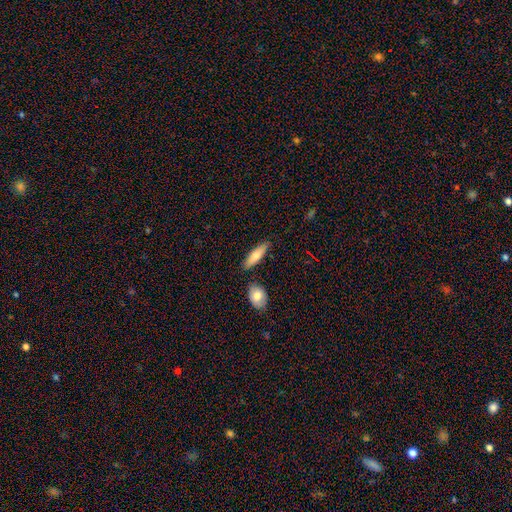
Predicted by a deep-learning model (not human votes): This is likely a smooth galaxy (69%). How rounded: possibly cigar-shaped (56%). Merging: likely none (80%).